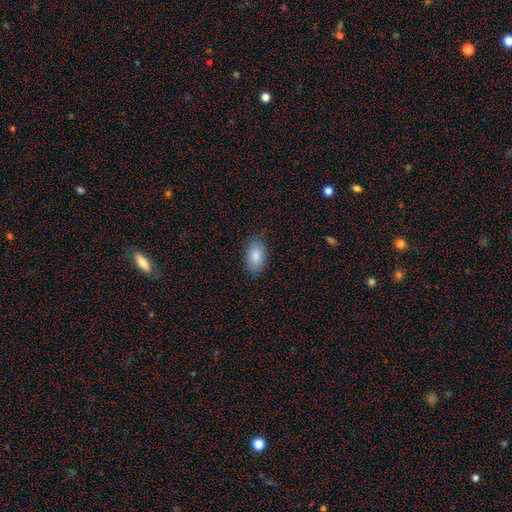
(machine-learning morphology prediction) smooth_or_featured: smooth (p=0.85) [alt: featured or disk p=0.08]
how_rounded: in between (p=0.93) [alt: round p=0.05]
merging: none (p=0.81) [alt: minor disturbance p=0.15]